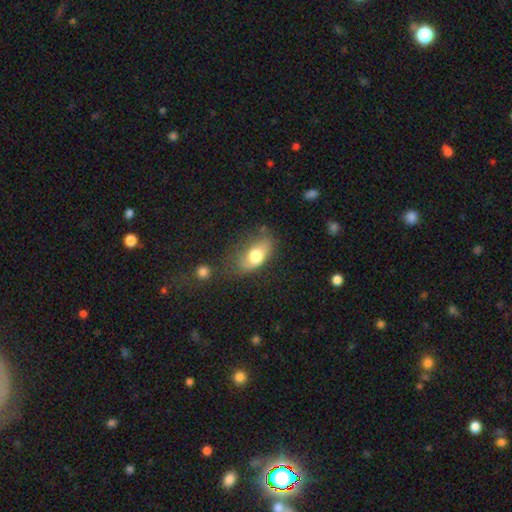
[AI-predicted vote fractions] The model was most divided on "merging": none: 50%, minor disturbance: 30%, major disturbance: 15%, merger: 6%. More confident: how rounded — in between (88%); smooth or featured — smooth (72%).